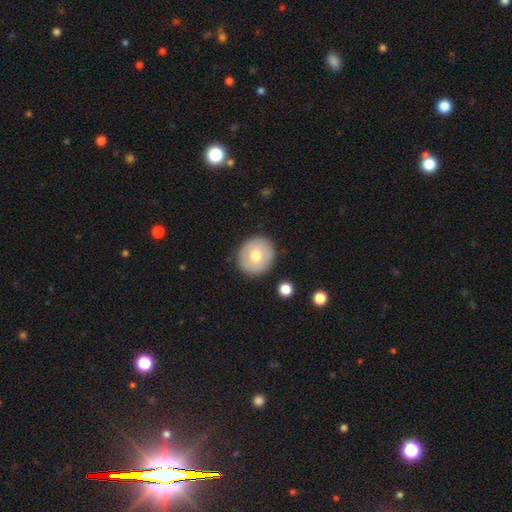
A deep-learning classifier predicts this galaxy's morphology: The model was most divided on "smooth or featured": smooth: 65%, featured or disk: 28%, star or artifact: 7%. More confident: merging — none (87%); how rounded — round (85%).